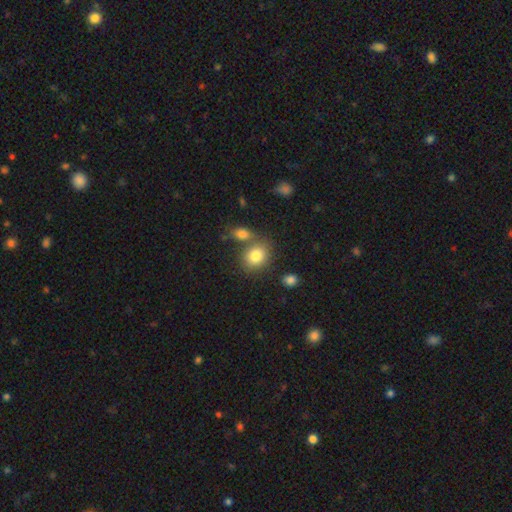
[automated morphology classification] This is clearly a smooth galaxy (82%). How rounded: possibly round (59%). Merging: possibly none (59%).